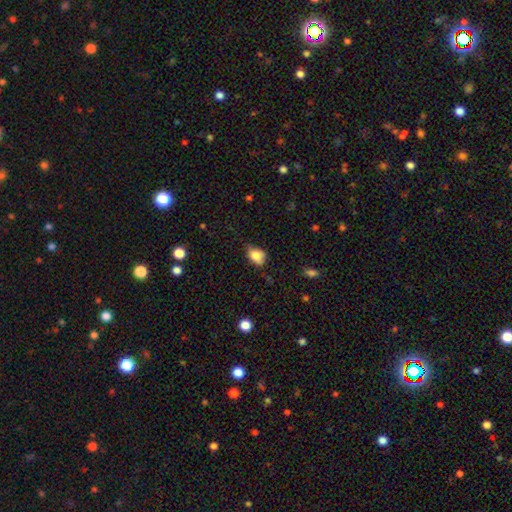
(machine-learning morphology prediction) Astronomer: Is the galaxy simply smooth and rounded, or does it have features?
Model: smooth — 82%.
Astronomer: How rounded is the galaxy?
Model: in between — 70%.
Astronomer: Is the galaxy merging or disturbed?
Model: none — 60%.